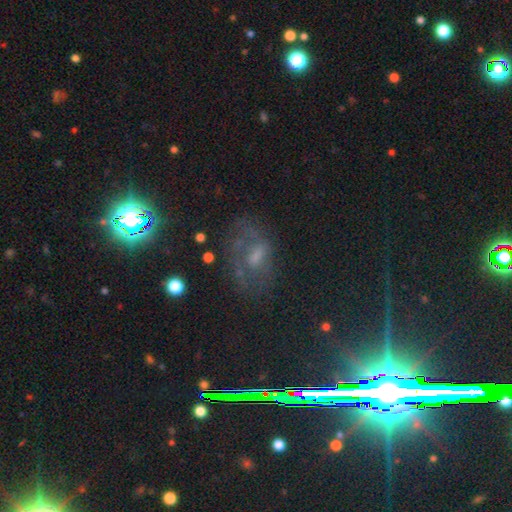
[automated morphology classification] Smooth or featured? Predicted: featured or disk (p=0.42). Merging? Predicted: none (p=0.49).